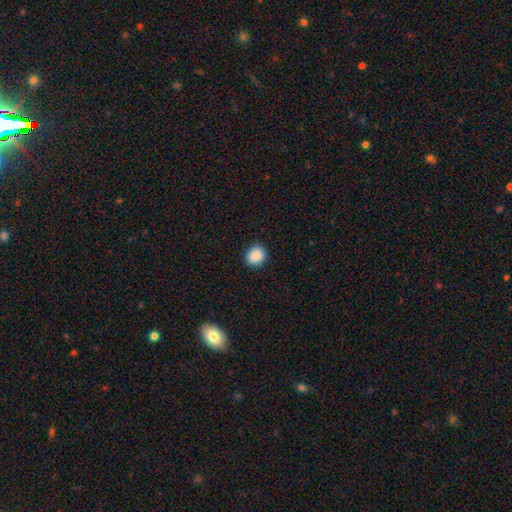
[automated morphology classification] smooth-or-featured: smooth: 88% | star or artifact: 9% | featured or disk: 3%
  how-rounded: round: 80% | in between: 19% | cigar-shaped: 1%
  merging: none: 89% | minor disturbance: 8% | major disturbance: 2% | merger: 1%